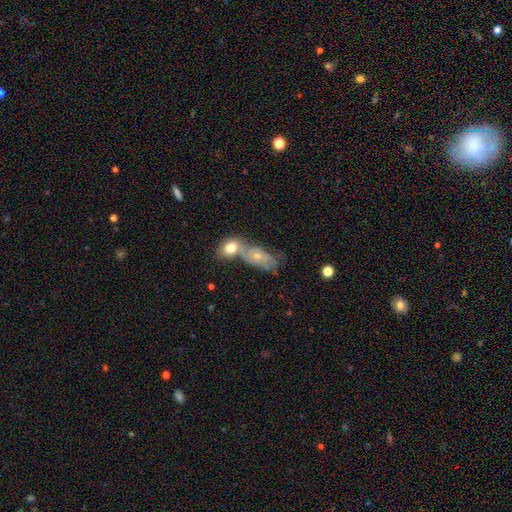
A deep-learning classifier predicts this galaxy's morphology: This appears to be a smooth galaxy with no disk features (45%). Merging: merger (45%).